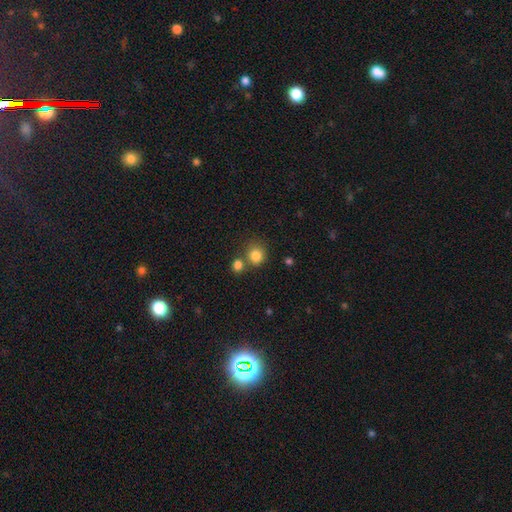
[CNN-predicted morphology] smooth 83%, star or artifact 11%, featured or disk 6%. Down the decision tree: how rounded — round (85%); merging — none (61%).